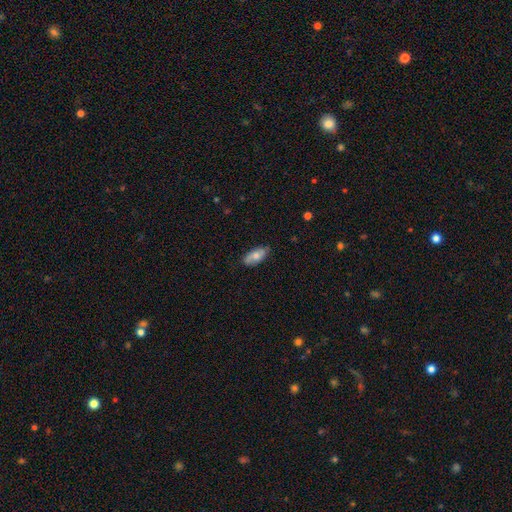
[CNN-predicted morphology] smooth 67%, featured or disk 27%, star or artifact 7%. Down the decision tree: how rounded — in between (88%); merging — none (81%).